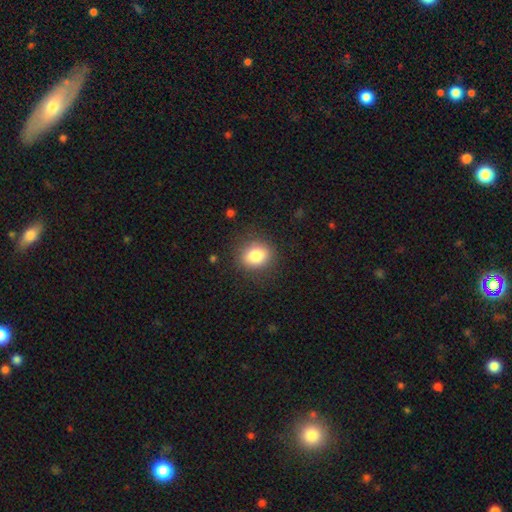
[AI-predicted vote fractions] Smooth or featured?
  - smooth: 83% *
  - star or artifact: 10%
  - featured or disk: 8%
How rounded?
  - round: 59% *
  - in between: 40%
  - cigar-shaped: 1%
Merging?
  - none: 85% *
  - minor disturbance: 10%
  - major disturbance: 4%
  - merger: 1%